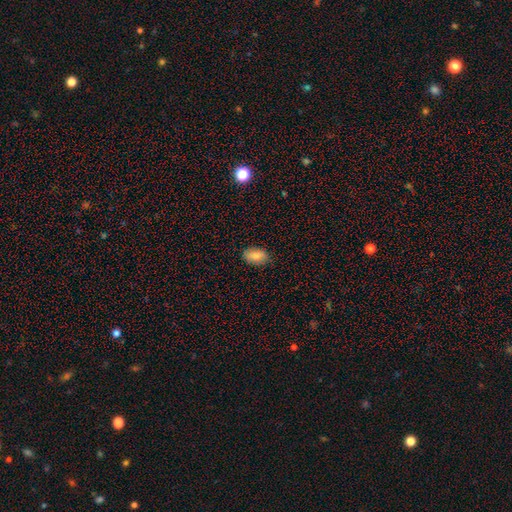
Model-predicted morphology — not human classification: This appears to be a smooth galaxy with no disk features (86%) that is in between round and cigar-shaped (92%). Merging: none (85%).